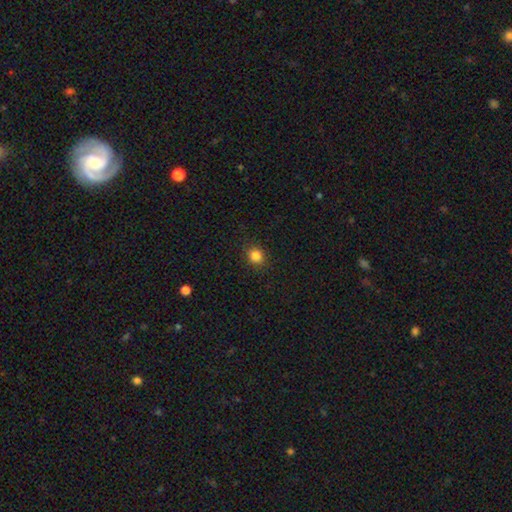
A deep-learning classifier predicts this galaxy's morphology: Overall: smooth (84%). How rounded: round (78%). Merging: none (89%).